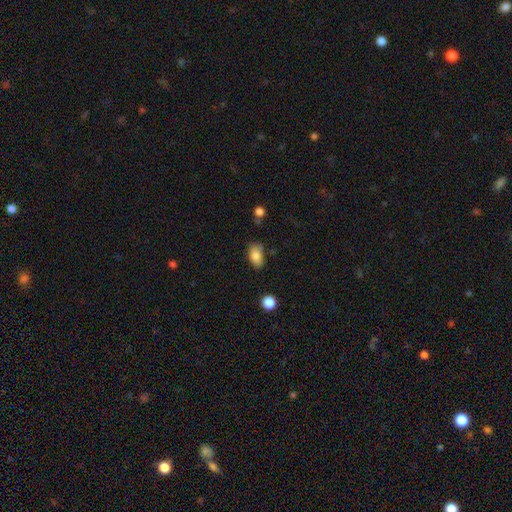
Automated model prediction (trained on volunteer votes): A smooth galaxy with no disk features (84%) that is in between round and cigar-shaped (89%).

Vote fractions:
- Smooth or featured? smooth: 84% / star or artifact: 9% / featured or disk: 8%
- How rounded? in between: 89% / round: 9% / cigar-shaped: 2%
- Merging? none: 72% / minor disturbance: 21% / major disturbance: 4% / merger: 3%